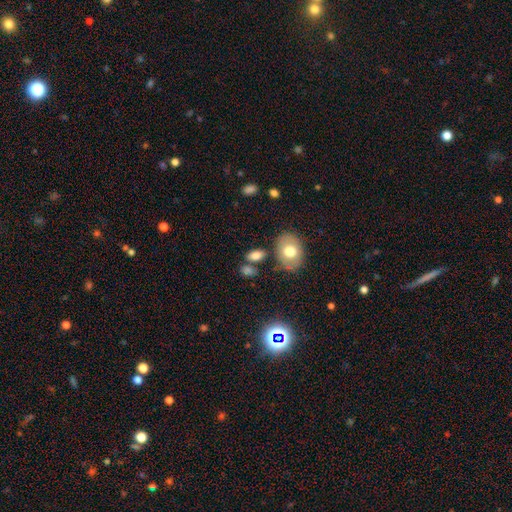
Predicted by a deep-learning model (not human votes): Overall: smooth (78%). How rounded: in between (85%). Merging: none (70%).